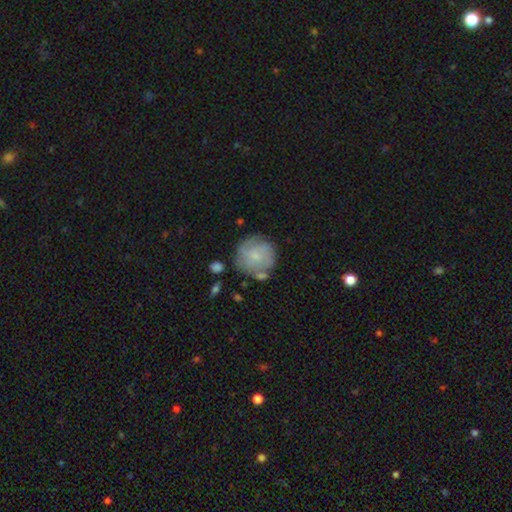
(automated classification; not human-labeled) Smooth or featured: smooth — 59% (featured or disk — 34%)
How rounded: round — 91% (in between — 8%)
Merging: none — 65% (minor disturbance — 20%)